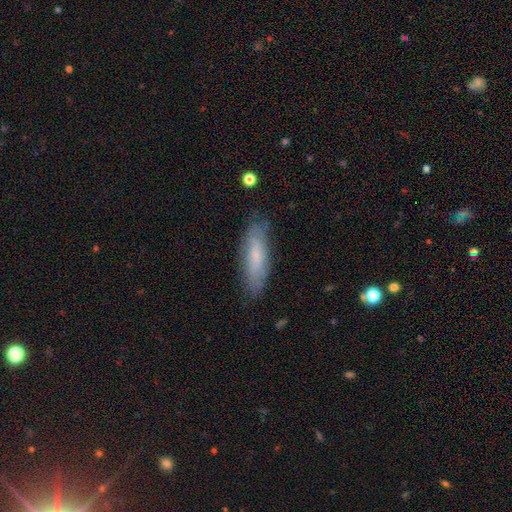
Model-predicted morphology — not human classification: smooth 65%, featured or disk 27%, star or artifact 7%. Down the decision tree: how rounded — cigar-shaped (56%); merging — none (81%).